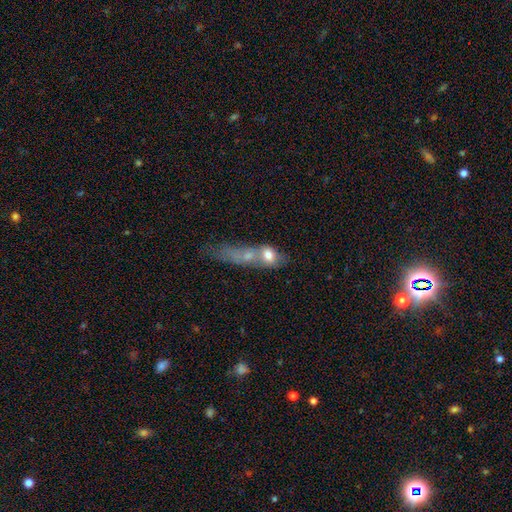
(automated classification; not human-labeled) This is marginally a smooth galaxy (44%). Merging: marginally none (44%).